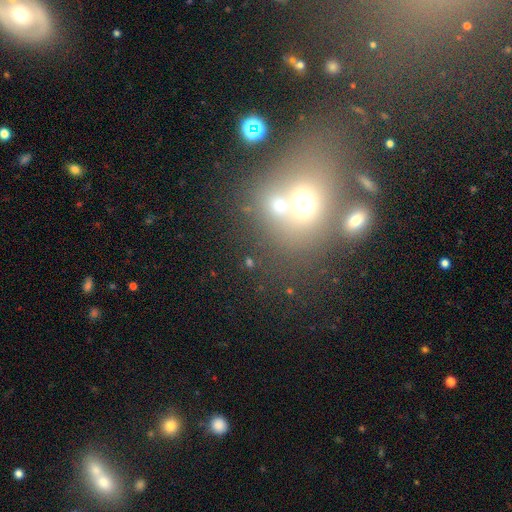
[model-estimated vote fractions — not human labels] A smooth galaxy with no disk features (43%).

Vote fractions:
- Smooth or featured? smooth: 43% / star or artifact: 35% / featured or disk: 22%
- Merging? merger: 43% / none: 35% / minor disturbance: 11% / major disturbance: 10%